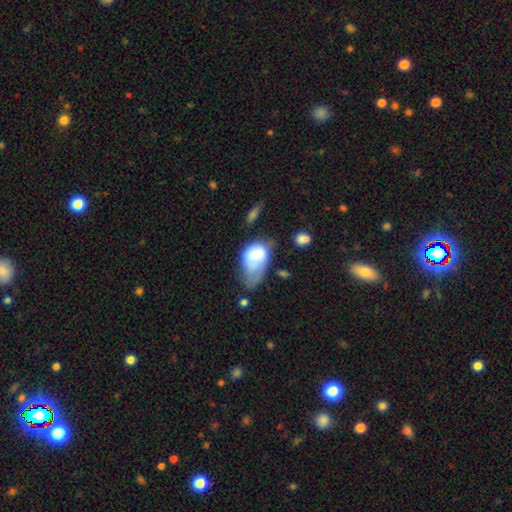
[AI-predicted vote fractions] This is likely a smooth galaxy (69%). How rounded: clearly in between (88%). Merging: marginally major disturbance (41%).